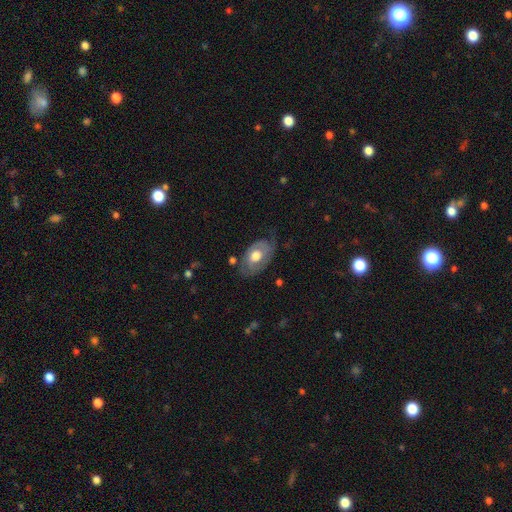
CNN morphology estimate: A featured or disk galaxy (58%) with no bar (82%), spiral arms (59%) and a moderate central bulge (58%). Merging: none (58%).